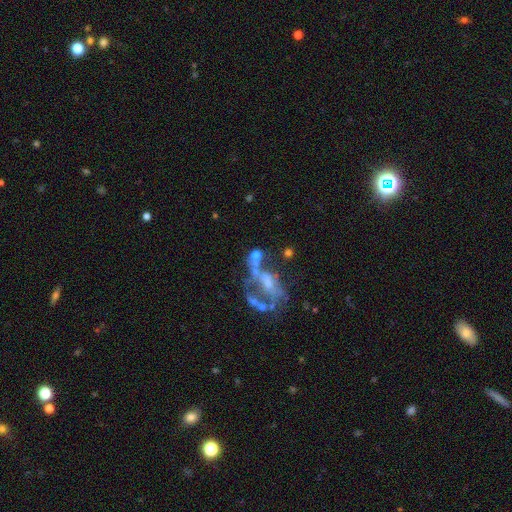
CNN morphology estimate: This appears to be a featured or disk galaxy (49%). Merging: merger (38%).